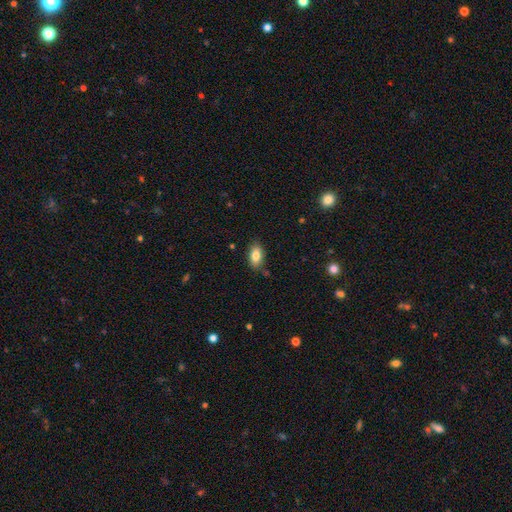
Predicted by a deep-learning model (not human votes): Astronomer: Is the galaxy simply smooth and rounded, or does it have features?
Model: smooth — 82%.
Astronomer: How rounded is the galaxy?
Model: in between — 90%.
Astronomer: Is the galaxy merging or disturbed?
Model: none — 81%.